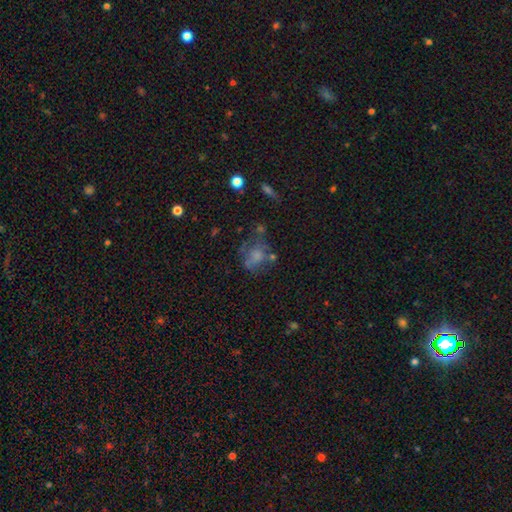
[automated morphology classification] A smooth galaxy with no disk features (49%).

Vote fractions:
- Smooth or featured? smooth: 49% / featured or disk: 36% / star or artifact: 15%
- Merging? none: 38% / major disturbance: 27% / minor disturbance: 22% / merger: 13%